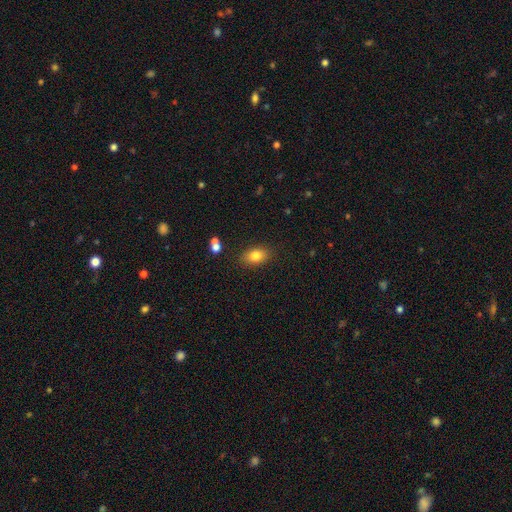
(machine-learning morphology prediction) Smooth or featured? Predicted: smooth (p=0.82). How rounded? Predicted: in between (p=0.82). Merging? Predicted: none (p=0.84).